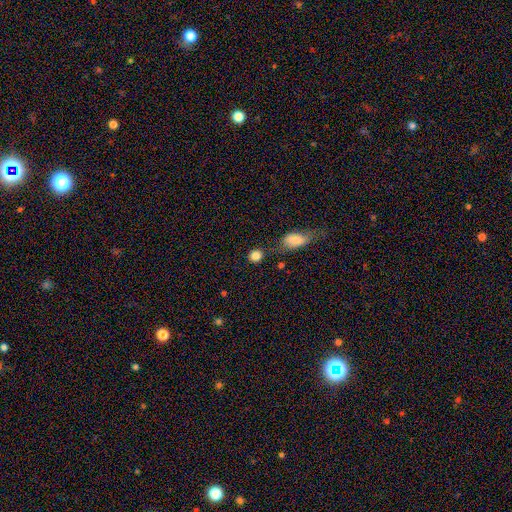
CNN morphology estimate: This appears to be a smooth galaxy with no disk features (85%) that is round (84%). Merging: none (75%).